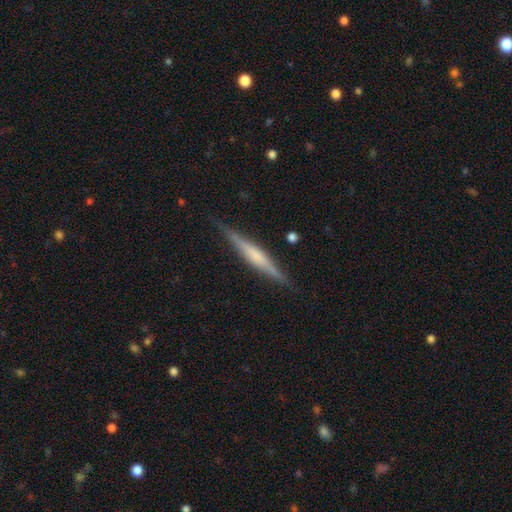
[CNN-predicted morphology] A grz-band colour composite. It shows a featured or disk galaxy (66%) viewed edge-on (98%) with a rounded central bulge (52%). Merging: none (88%).